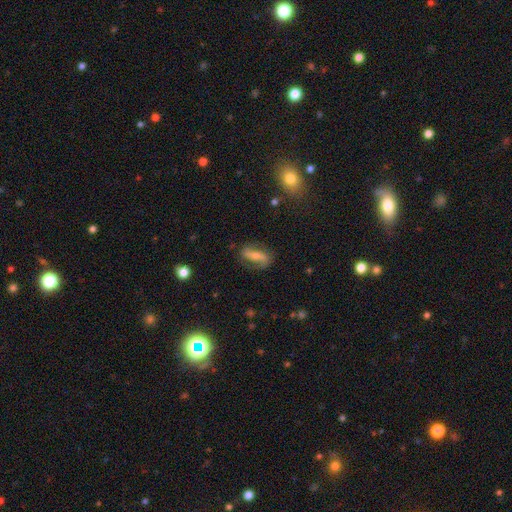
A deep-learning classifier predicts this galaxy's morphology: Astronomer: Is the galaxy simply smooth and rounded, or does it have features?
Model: featured or disk — 56% (runner-up: smooth, 36%).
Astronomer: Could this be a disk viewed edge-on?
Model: no — 84%.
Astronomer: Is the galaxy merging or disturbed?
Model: none — 75%.